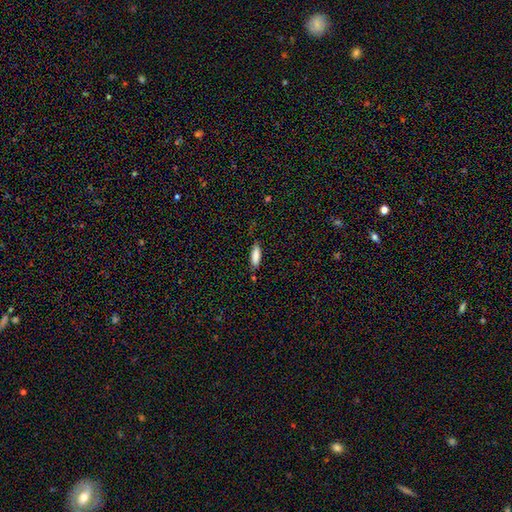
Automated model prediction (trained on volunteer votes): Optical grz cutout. It shows a smooth galaxy with no disk features (85%) that is in between round and cigar-shaped (54%). Merging: none (72%).